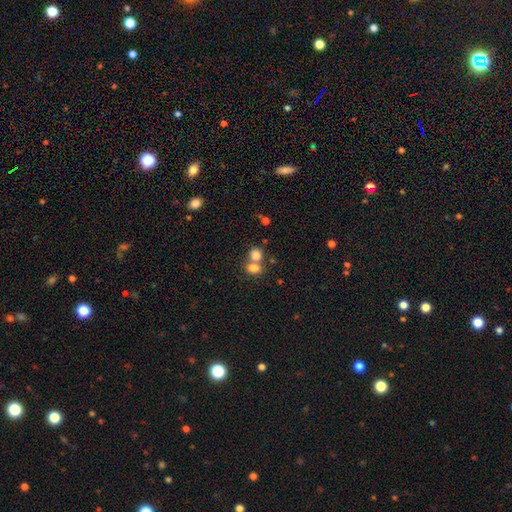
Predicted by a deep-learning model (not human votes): This appears to be a smooth galaxy with no disk features (80%) that is round (54%). Merging: merger (51%).